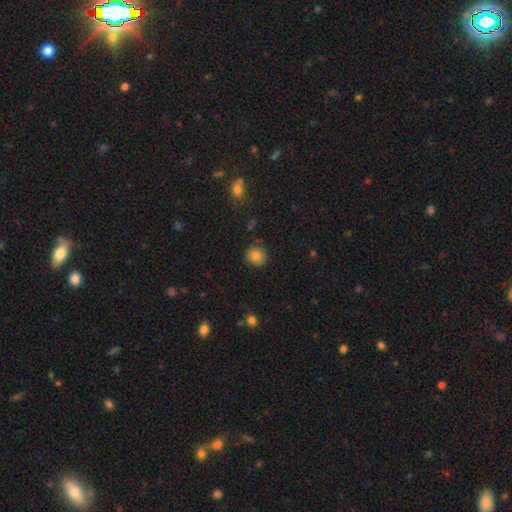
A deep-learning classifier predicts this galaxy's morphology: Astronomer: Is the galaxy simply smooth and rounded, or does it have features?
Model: smooth — 81%.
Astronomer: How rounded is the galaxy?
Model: round — 86%.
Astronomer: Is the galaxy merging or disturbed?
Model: none — 87%.